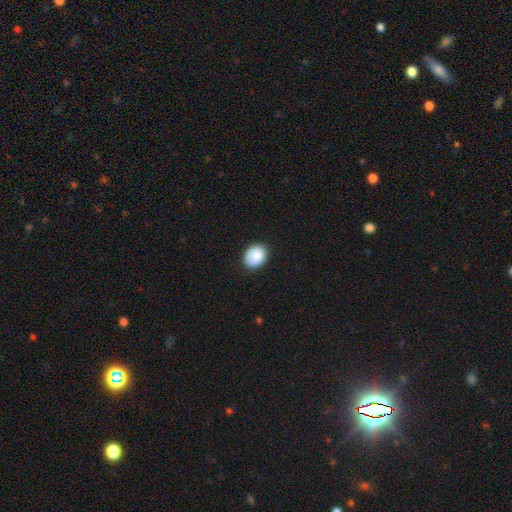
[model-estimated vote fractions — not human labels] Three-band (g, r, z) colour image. It shows a smooth galaxy with no disk features (89%) that is in between round and cigar-shaped (55%). Merging: none (87%).